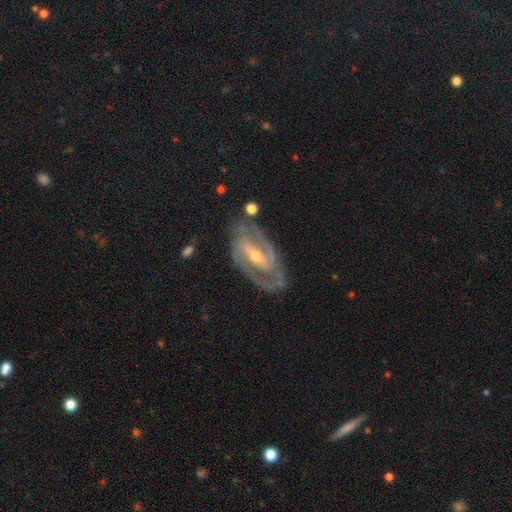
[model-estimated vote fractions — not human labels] This is clearly a featured or disk galaxy (90%). It is clearly not viewed edge-on (96%). Bar: possibly strong (51%). Spiral arm pattern: clearly yes (97%). Spiral arm count: clearly 2 (85%). Spiral winding: possibly tight (48%). Central bulge: possibly small (55%). Merging: likely none (77%).